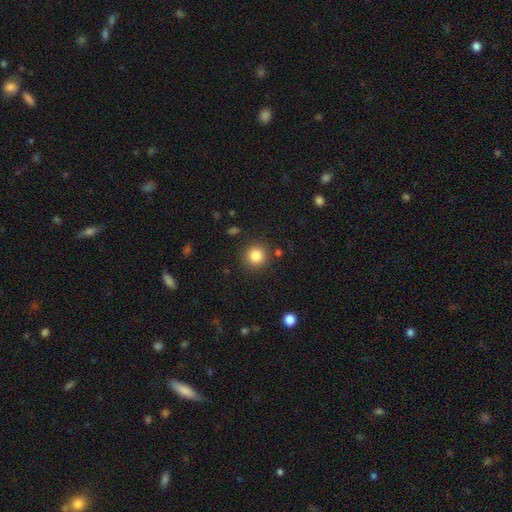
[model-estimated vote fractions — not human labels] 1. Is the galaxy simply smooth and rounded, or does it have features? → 84% smooth, 11% star or artifact, 5% featured or disk.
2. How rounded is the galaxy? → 92% round, 7% in between, 1% cigar-shaped.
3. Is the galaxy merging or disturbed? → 87% none, 7% minor disturbance, 3% major disturbance, 3% merger.